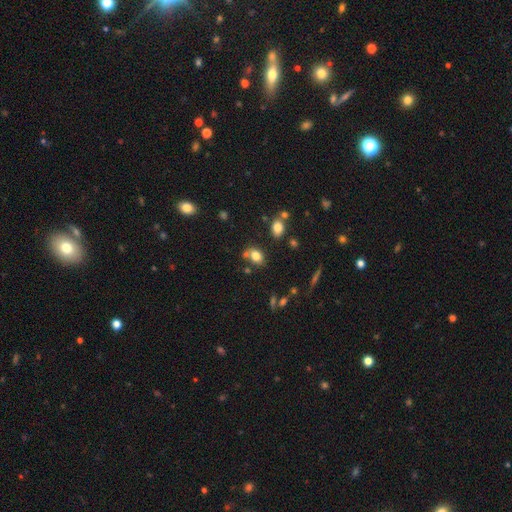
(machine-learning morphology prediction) Smooth or featured? smooth (78%)
How rounded? in between (70%)
Merging? none (60%)